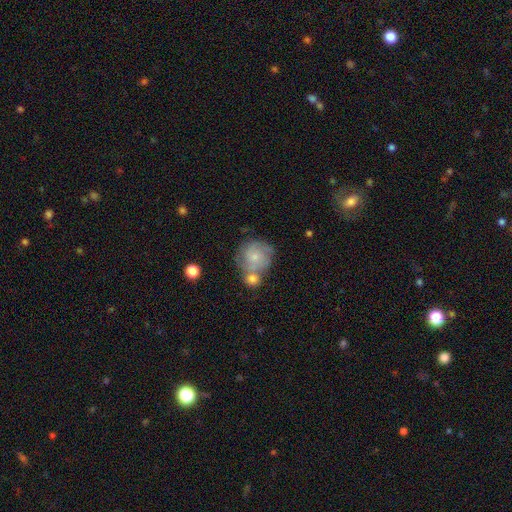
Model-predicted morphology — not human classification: The model was most divided on "smooth or featured" (2-way tie): featured or disk: 46%, smooth: 46%, star or artifact: 8%. Remaining: merging — none (42%).